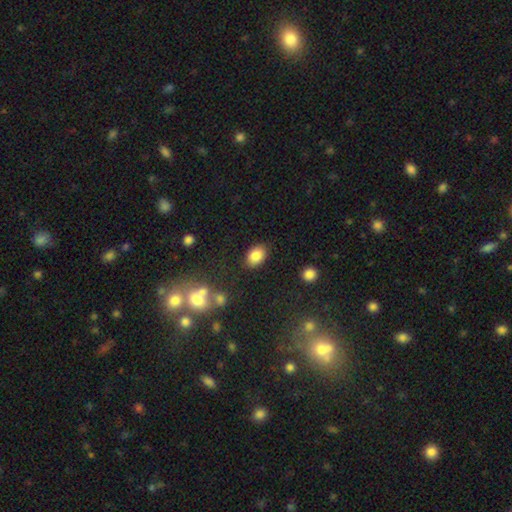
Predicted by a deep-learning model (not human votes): Smooth or featured? Predicted: smooth (p=0.84). How rounded? Predicted: in between (p=0.80). Merging? Predicted: none (p=0.84).